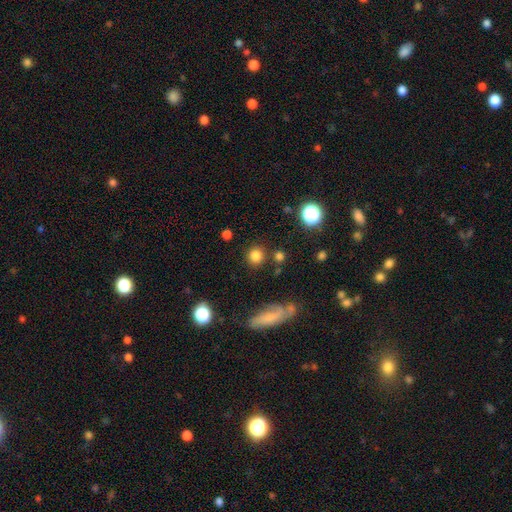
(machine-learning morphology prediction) A smooth galaxy with no disk features (80%) that is round (89%). Merging: none (84%).